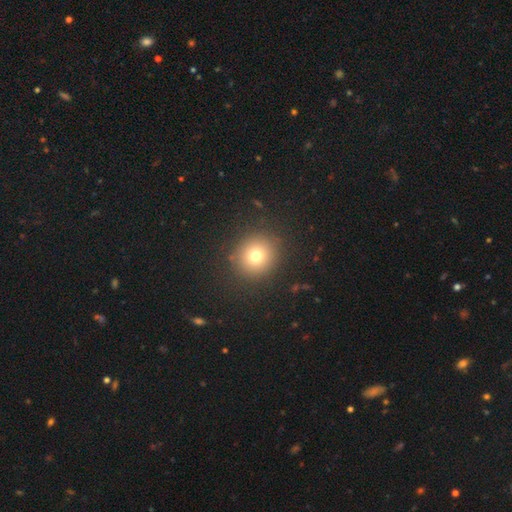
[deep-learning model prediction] Overall: smooth (75%). How rounded: round (90%). Merging: none (89%).